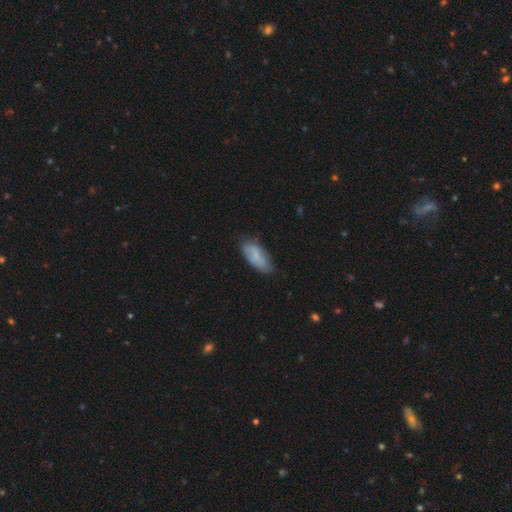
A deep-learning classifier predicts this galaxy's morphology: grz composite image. It shows a smooth galaxy with no disk features (74%) that is in between round and cigar-shaped (85%). Merging: none (67%).